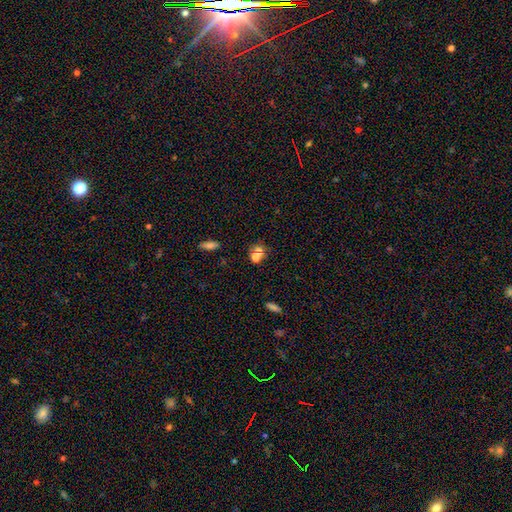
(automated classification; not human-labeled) Q: Smooth or featured?
A: smooth (62%); runner-up: featured or disk (19%)
Q: How rounded?
A: round (53%); runner-up: in between (44%)
Q: Merging?
A: merger (45%); runner-up: none (38%)